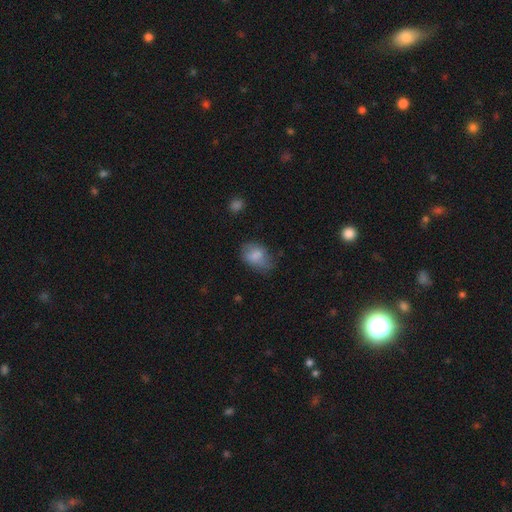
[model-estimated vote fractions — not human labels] smooth 77%, featured or disk 14%, star or artifact 8%. Down the decision tree: how rounded — in between (79%); merging — none (50%).